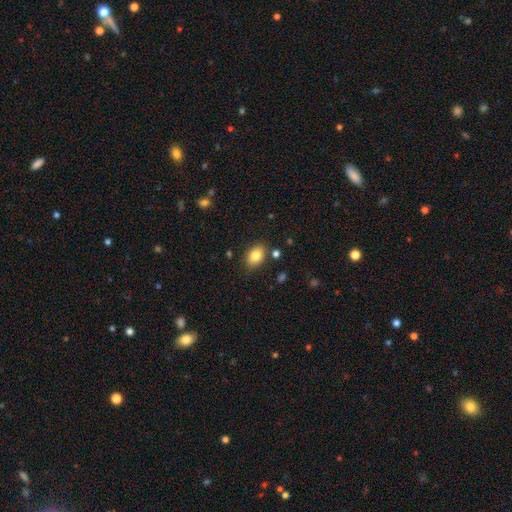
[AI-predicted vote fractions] Q: Smooth or featured?
A: smooth (83%); runner-up: featured or disk (9%)
Q: How rounded?
A: in between (79%); runner-up: round (20%)
Q: Merging?
A: none (81%); runner-up: minor disturbance (12%)